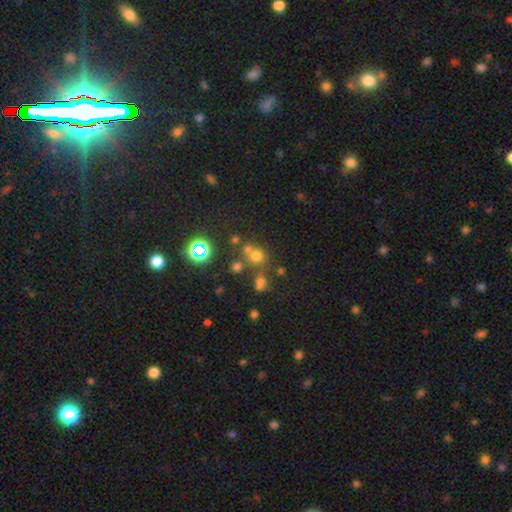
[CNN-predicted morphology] A smooth galaxy with no disk features (56%) that is round (84%).

Vote fractions:
- Smooth or featured? smooth: 56% / star or artifact: 32% / featured or disk: 12%
- How rounded? round: 84% / in between: 15% / cigar-shaped: 1%
- Merging? none: 58% / merger: 27% / minor disturbance: 10% / major disturbance: 5%